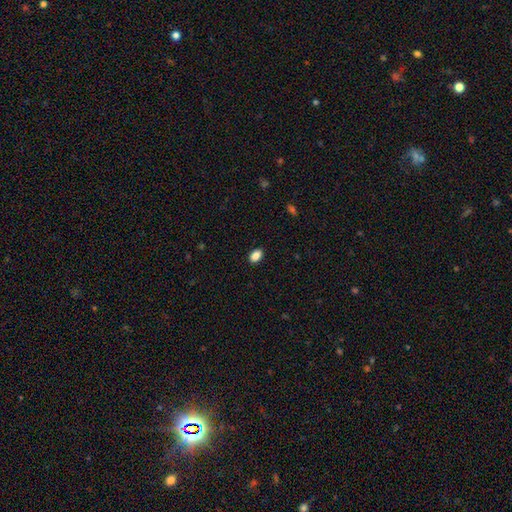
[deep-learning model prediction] Morphology: type=smooth (87%); roundness=in between (86%); merging=none (90%).